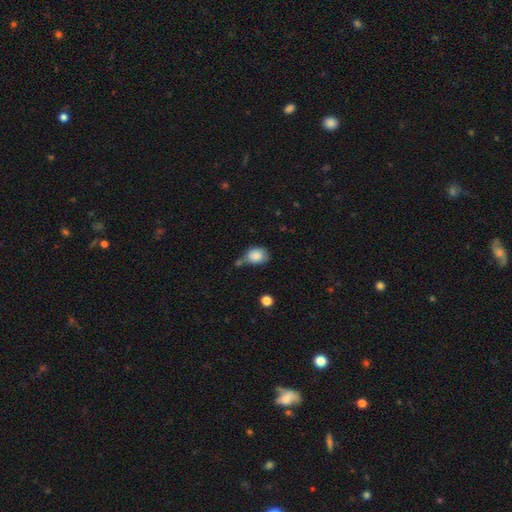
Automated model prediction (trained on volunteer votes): Smooth or featured? smooth (85%)
How rounded? in between (60%)
Merging? none (46%)